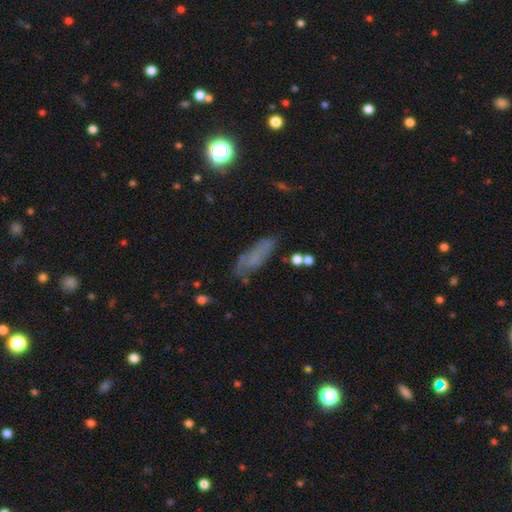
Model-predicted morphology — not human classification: The model was most divided on "how rounded": in between: 51%, cigar-shaped: 45%, round: 4%. More confident: merging — none (58%); smooth or featured — smooth (54%).